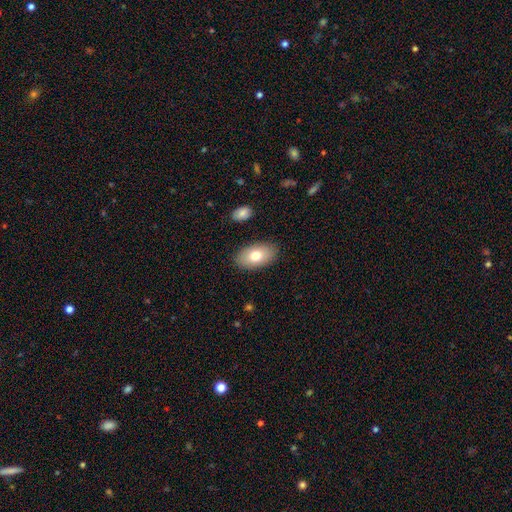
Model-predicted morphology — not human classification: Smooth or featured? smooth (75%)
How rounded? in between (94%)
Merging? none (87%)